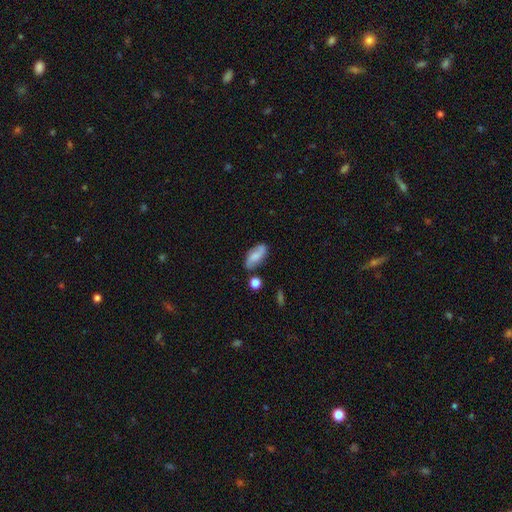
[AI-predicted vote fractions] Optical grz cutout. It shows a smooth galaxy with no disk features (46%, tied with featured or disk). Merging: none (73%).